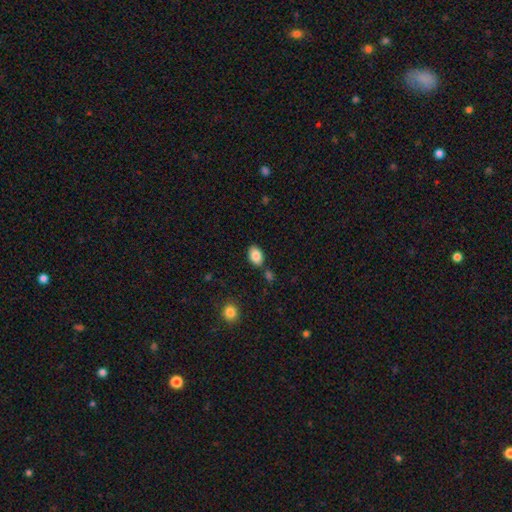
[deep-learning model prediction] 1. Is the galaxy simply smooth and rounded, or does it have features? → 86% smooth, 8% star or artifact, 6% featured or disk.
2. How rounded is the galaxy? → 87% in between, 11% round, 1% cigar-shaped.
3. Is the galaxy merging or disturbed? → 78% none, 13% minor disturbance, 7% merger, 3% major disturbance.